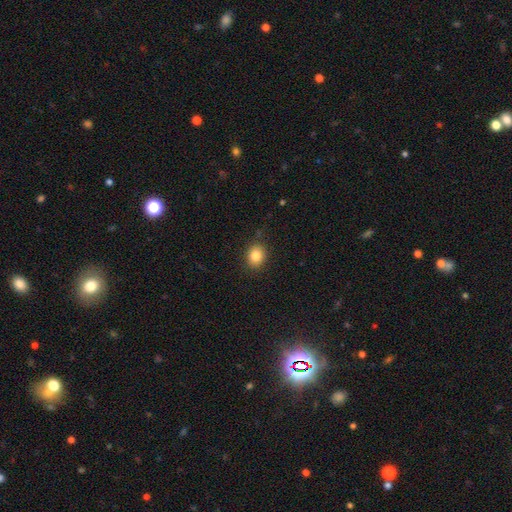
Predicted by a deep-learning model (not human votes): This is clearly a smooth galaxy (84%). How rounded: likely round (66%). Merging: clearly none (87%).